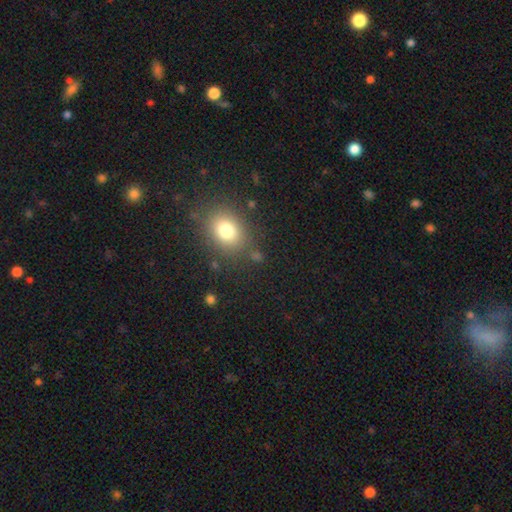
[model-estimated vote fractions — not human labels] Smooth or featured? Predicted: smooth (p=0.76). How rounded? Predicted: round (p=0.51). Merging? Predicted: none (p=0.82).